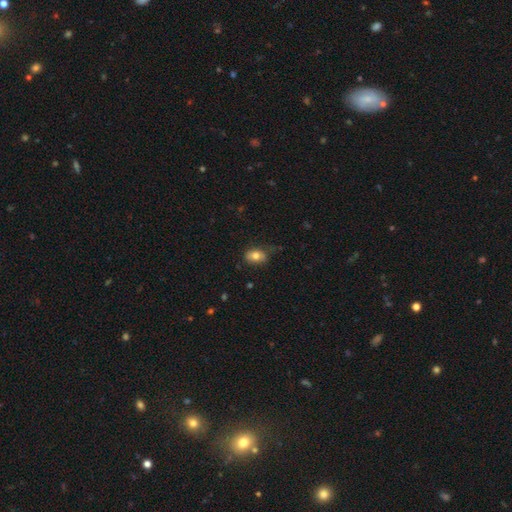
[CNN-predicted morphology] Q: Smooth or featured?
A: smooth (77%); runner-up: featured or disk (14%)
Q: How rounded?
A: in between (80%); runner-up: round (18%)
Q: Merging?
A: none (62%); runner-up: minor disturbance (29%)